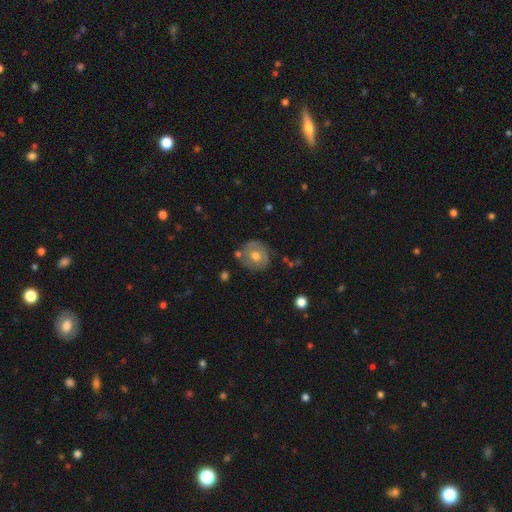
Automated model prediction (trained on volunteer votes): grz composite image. It shows a smooth galaxy with no disk features (51%) that is round (83%). Merging: none (71%).